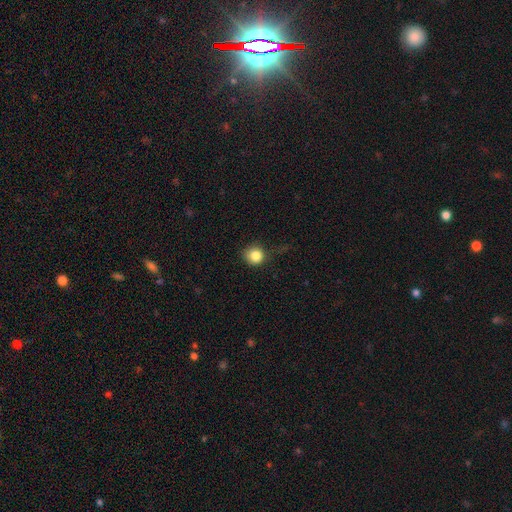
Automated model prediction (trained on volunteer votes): A smooth galaxy with no disk features (84%) that is round (89%). Merging: none (66%).